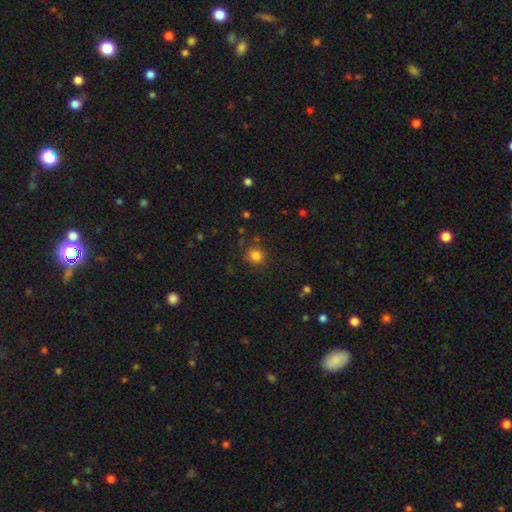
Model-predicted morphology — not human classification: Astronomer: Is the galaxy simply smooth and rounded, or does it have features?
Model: smooth — 82%.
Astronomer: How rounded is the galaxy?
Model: round — 86%.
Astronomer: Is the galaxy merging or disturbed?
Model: none — 80%.